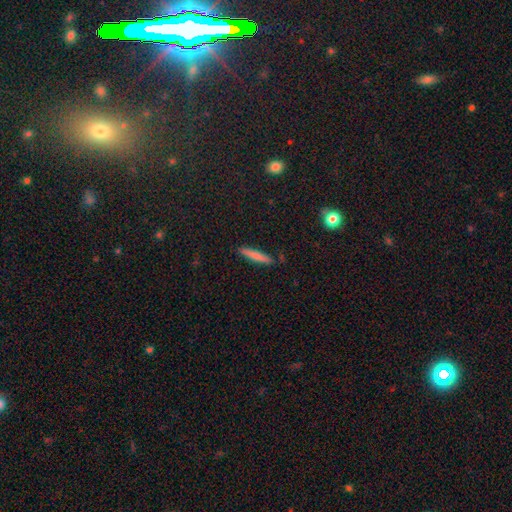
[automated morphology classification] Overall: smooth (76%). How rounded: cigar-shaped (92%). Merging: none (87%).